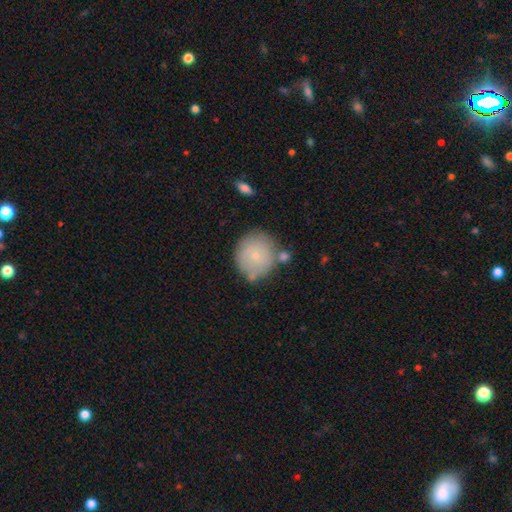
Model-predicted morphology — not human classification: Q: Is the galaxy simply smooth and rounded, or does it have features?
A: smooth — 72%.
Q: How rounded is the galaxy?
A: round — 90%.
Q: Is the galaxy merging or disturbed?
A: none — 69%.